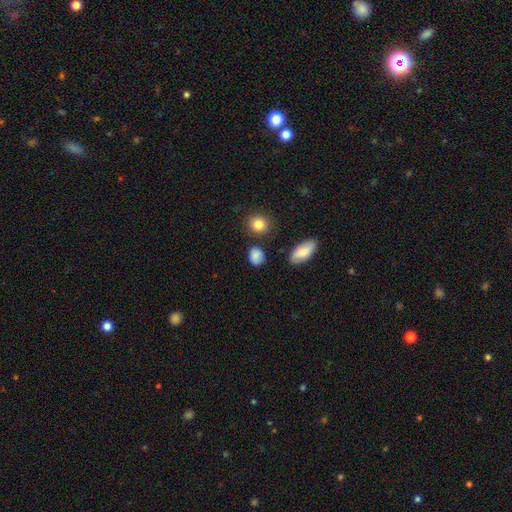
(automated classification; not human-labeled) Smooth or featured: smooth — 85% (star or artifact — 10%)
How rounded: round — 50% (in between — 48%)
Merging: none — 77% (minor disturbance — 15%)